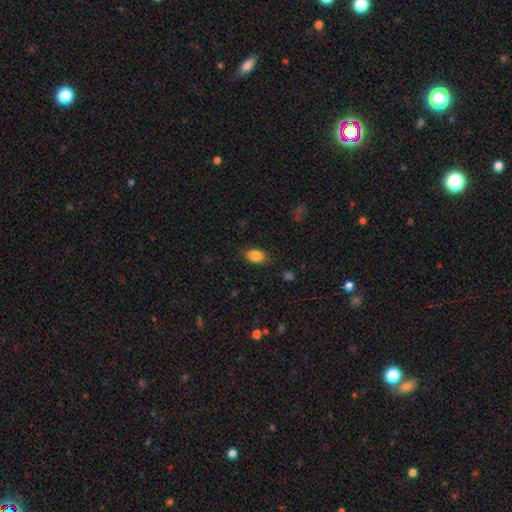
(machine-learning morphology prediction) smooth_or_featured: smooth (p=0.86) [alt: star or artifact p=0.08]
how_rounded: in between (p=0.87) [alt: round p=0.11]
merging: none (p=0.84) [alt: minor disturbance p=0.12]